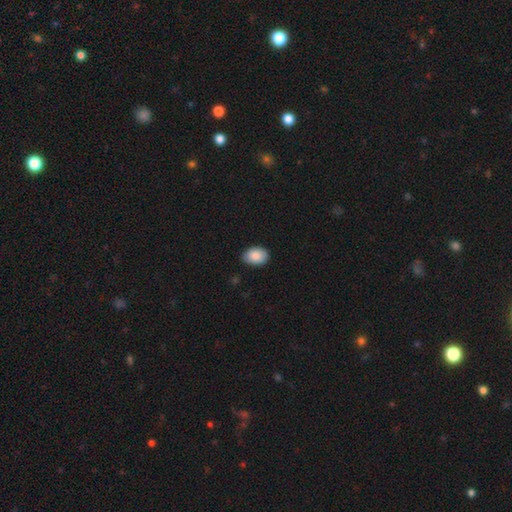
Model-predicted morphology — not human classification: smooth 88%, star or artifact 7%, featured or disk 5%. Down the decision tree: how rounded — in between (85%); merging — none (85%).